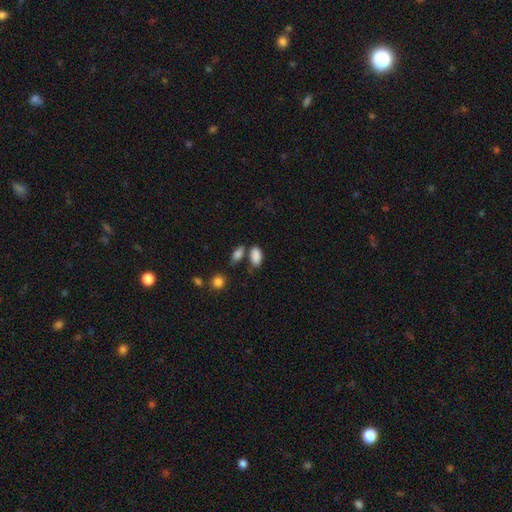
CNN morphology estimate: smooth_or_featured: smooth (p=0.87) [alt: star or artifact p=0.08]
how_rounded: in between (p=0.92) [alt: round p=0.05]
merging: none (p=0.60) [alt: merger p=0.20]